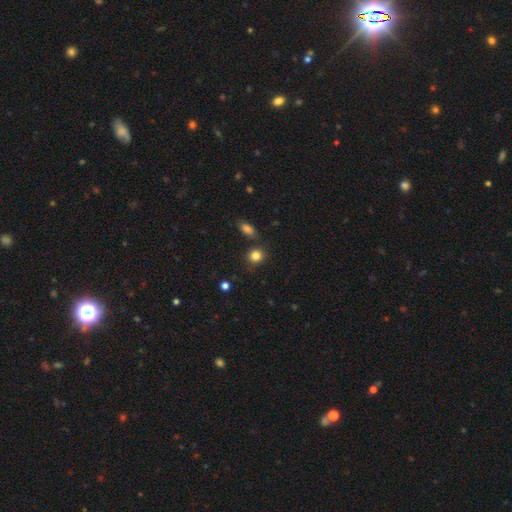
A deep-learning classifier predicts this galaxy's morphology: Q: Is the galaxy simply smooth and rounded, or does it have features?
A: smooth — 84%.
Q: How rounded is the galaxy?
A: round — 79%.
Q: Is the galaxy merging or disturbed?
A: none — 79%.